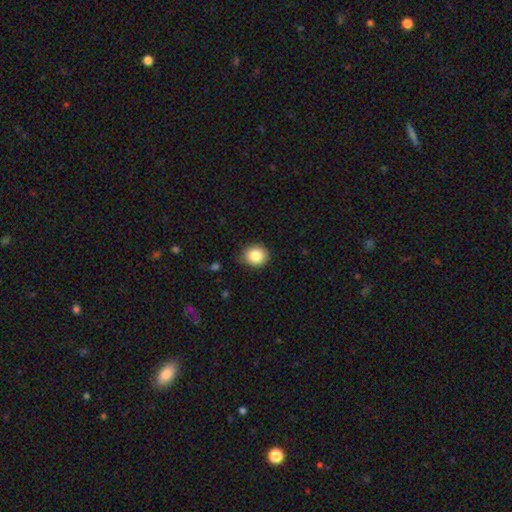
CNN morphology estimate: smooth_or_featured: smooth (p=0.84) [alt: star or artifact p=0.10]
how_rounded: round (p=0.83) [alt: in between p=0.16]
merging: none (p=0.83) [alt: minor disturbance p=0.13]